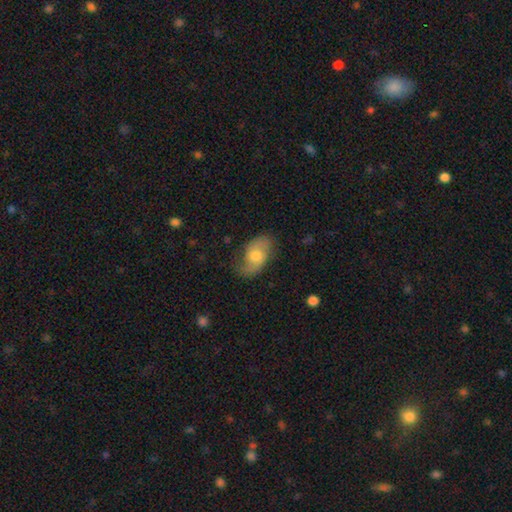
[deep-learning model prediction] Overall: smooth (47%; featured or disk 46%). Merging: none (66%).